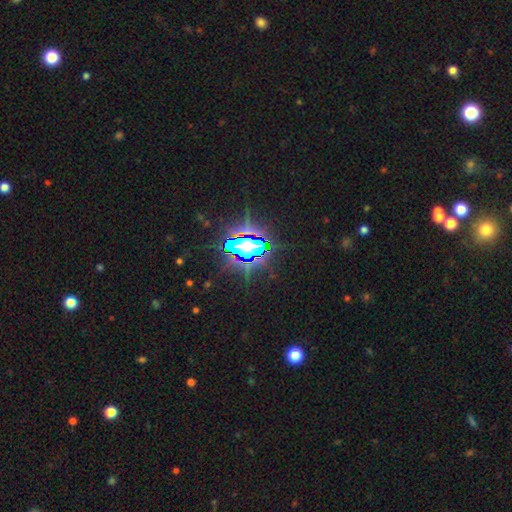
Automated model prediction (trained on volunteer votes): A star or artifact, not a galaxy (74%).